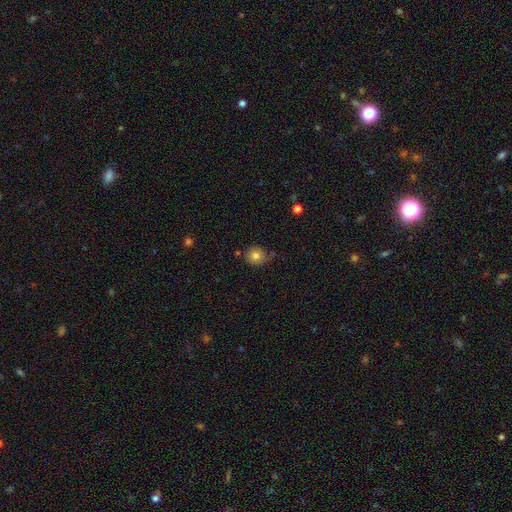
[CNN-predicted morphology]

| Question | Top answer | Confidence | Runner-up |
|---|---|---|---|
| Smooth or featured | smooth | 81% | star or artifact (11%) |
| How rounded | round | 86% | in between (13%) |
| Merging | none | 70% | minor disturbance (21%) |